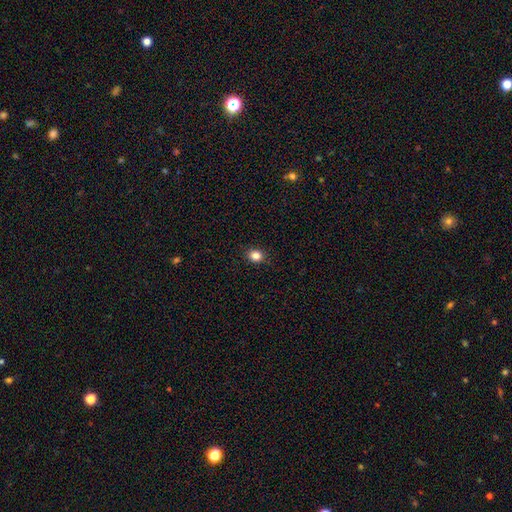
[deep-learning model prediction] This appears to be a smooth galaxy with no disk features (84%) that is round (70%). Merging: none (89%).